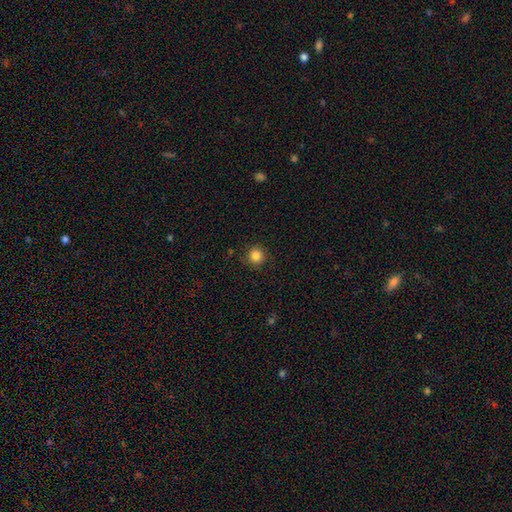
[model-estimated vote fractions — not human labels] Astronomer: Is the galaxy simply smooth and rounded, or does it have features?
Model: smooth — 85%.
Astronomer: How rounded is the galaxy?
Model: round — 92%.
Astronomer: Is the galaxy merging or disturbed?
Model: none — 88%.